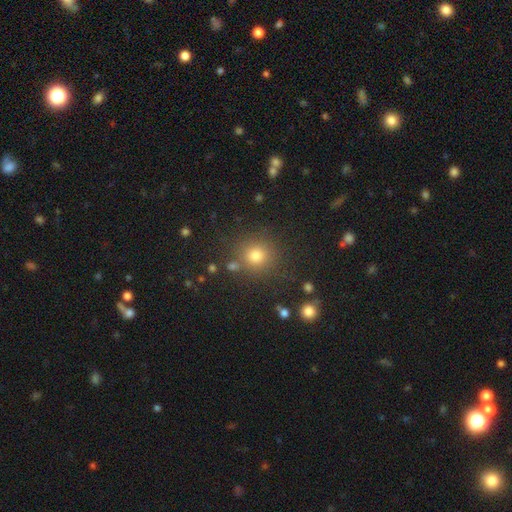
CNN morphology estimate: A smooth galaxy with no disk features (74%) that is round (92%). Merging: none (83%).